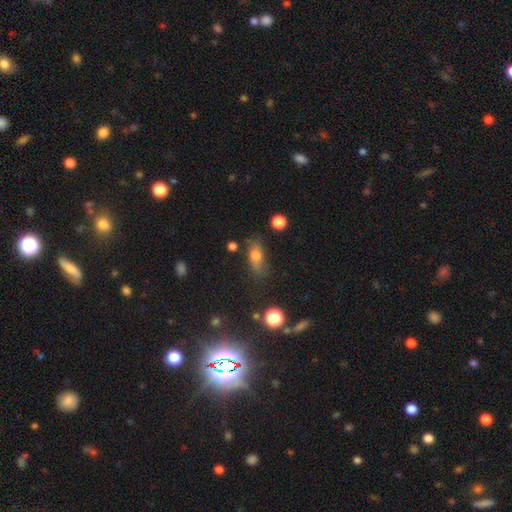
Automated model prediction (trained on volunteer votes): Morphology: type=smooth (71%); roundness=in between (72%); merging=none (64%).